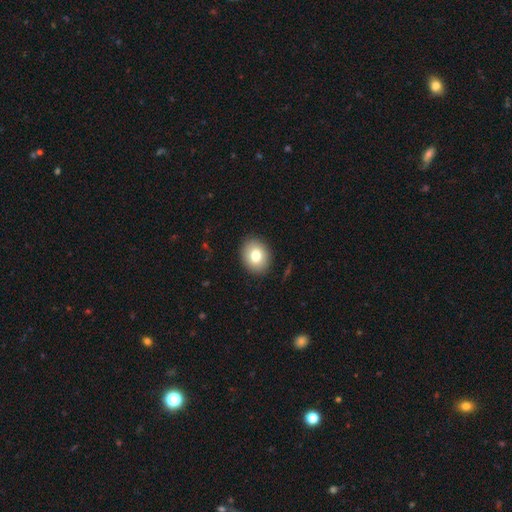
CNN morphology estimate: Smooth or featured? smooth (78%)
How rounded? in between (55%)
Merging? none (89%)